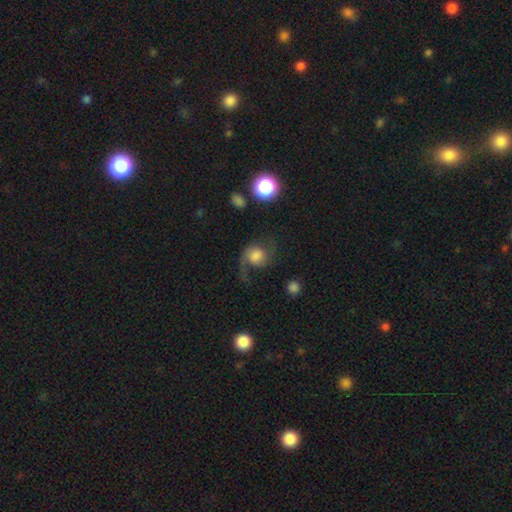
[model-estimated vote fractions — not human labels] featured or disk 61%, smooth 30%, star or artifact 10%. Down the decision tree: edge-on disk — no (98%); bar — no (70%); spiral arms — yes (93%); spiral arm count — 2 (73%); spiral winding — loose (64%); bulge size — large (35%); merging — none (50%).